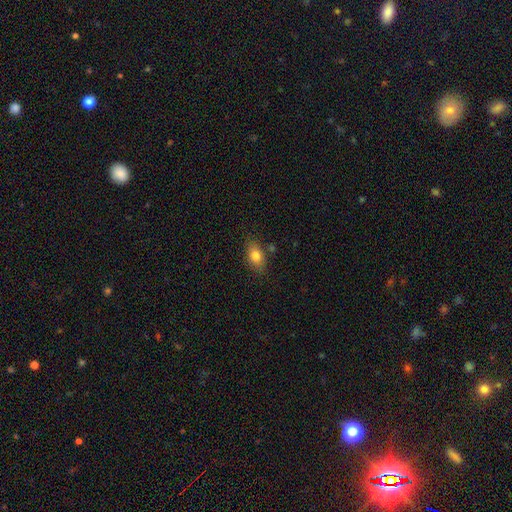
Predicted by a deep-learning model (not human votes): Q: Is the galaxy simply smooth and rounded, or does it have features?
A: smooth — 79%.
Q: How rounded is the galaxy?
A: in between — 84%.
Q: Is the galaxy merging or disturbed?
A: none — 80%.